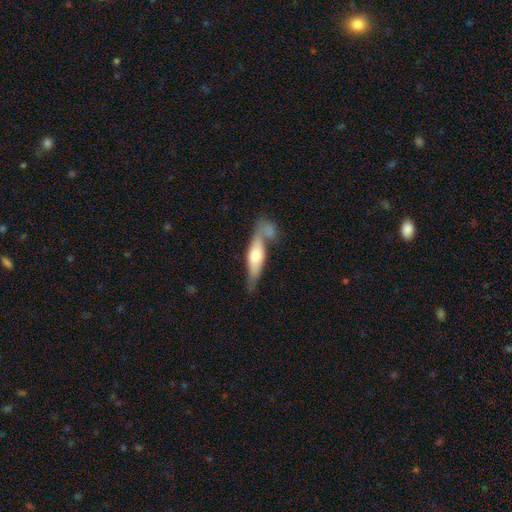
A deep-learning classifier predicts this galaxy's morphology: Smooth or featured?
  - smooth: 49% *
  - featured or disk: 45%
  - star or artifact: 5%
Merging?
  - none: 42% *
  - merger: 32%
  - minor disturbance: 18%
  - major disturbance: 8%